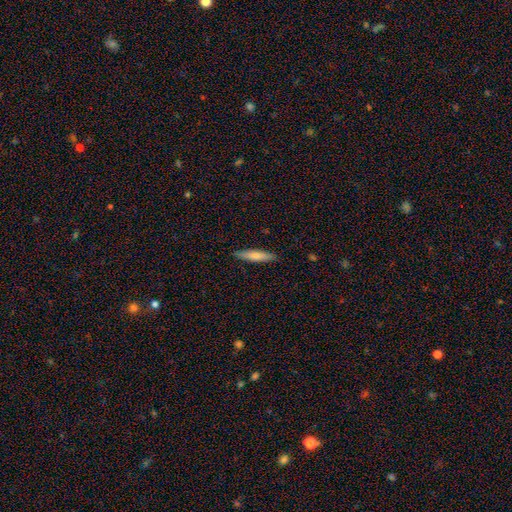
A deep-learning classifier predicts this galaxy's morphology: smooth 72%, featured or disk 22%, star or artifact 6%. Down the decision tree: how rounded — cigar-shaped (83%); merging — none (89%).